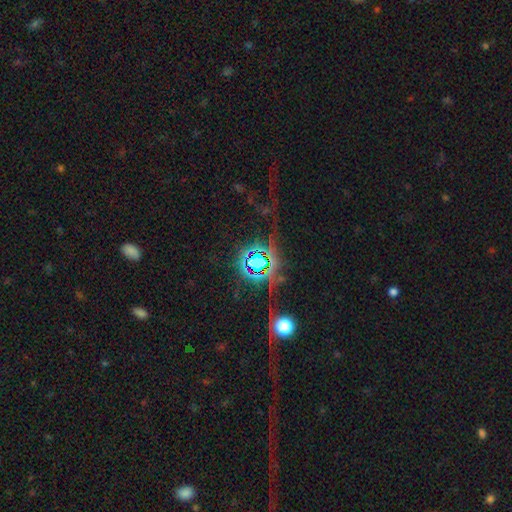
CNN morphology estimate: smooth_or_featured: star or artifact (p=0.79) [alt: featured or disk p=0.11]